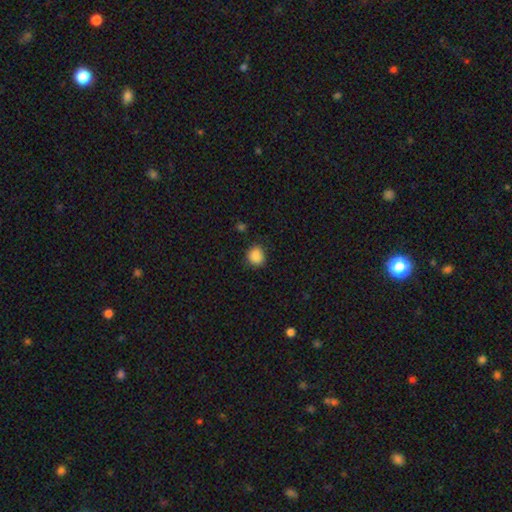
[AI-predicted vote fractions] smooth_or_featured: smooth (p=0.87) [alt: star or artifact p=0.10]
how_rounded: round (p=0.79) [alt: in between p=0.20]
merging: none (p=0.81) [alt: minor disturbance p=0.14]